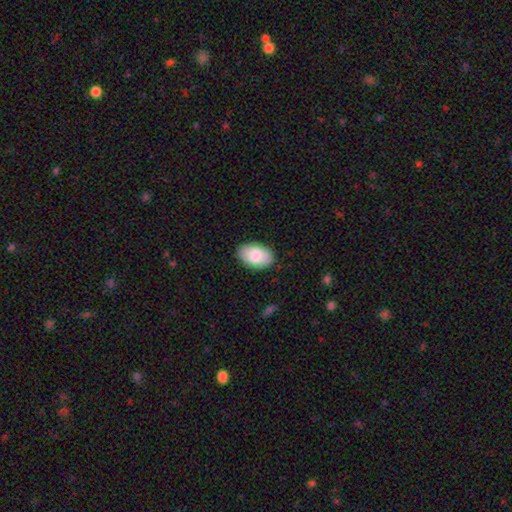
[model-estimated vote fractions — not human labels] Smooth or featured?
  - smooth: 83% *
  - featured or disk: 11%
  - star or artifact: 6%
How rounded?
  - in between: 93% *
  - round: 5%
  - cigar-shaped: 1%
Merging?
  - none: 87% *
  - minor disturbance: 10%
  - major disturbance: 2%
  - merger: 1%